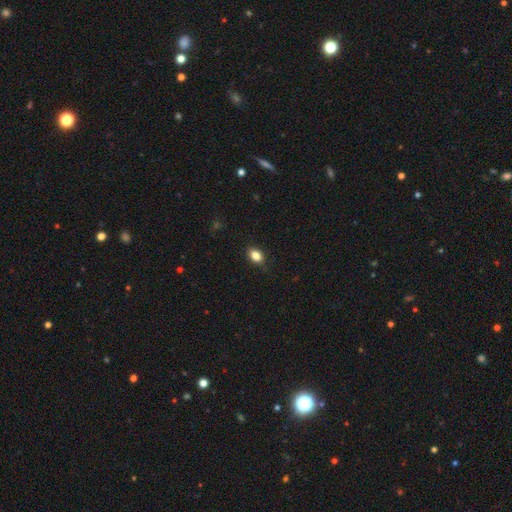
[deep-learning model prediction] Smooth or featured?
  - smooth: 84% *
  - star or artifact: 10%
  - featured or disk: 6%
How rounded?
  - in between: 78% *
  - round: 20%
  - cigar-shaped: 2%
Merging?
  - none: 84% *
  - minor disturbance: 13%
  - major disturbance: 2%
  - merger: 1%